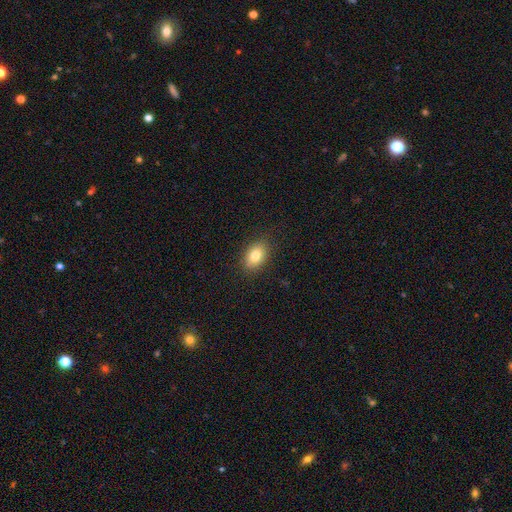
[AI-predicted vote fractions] This appears to be a smooth galaxy with no disk features (81%) that is in between round and cigar-shaped (84%). Merging: none (87%).